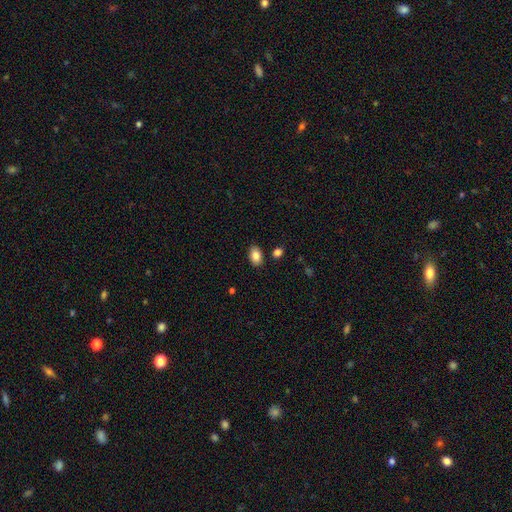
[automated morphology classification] Q: Smooth or featured?
A: smooth (86%); runner-up: star or artifact (8%)
Q: How rounded?
A: in between (87%); runner-up: round (12%)
Q: Merging?
A: none (85%); runner-up: minor disturbance (10%)